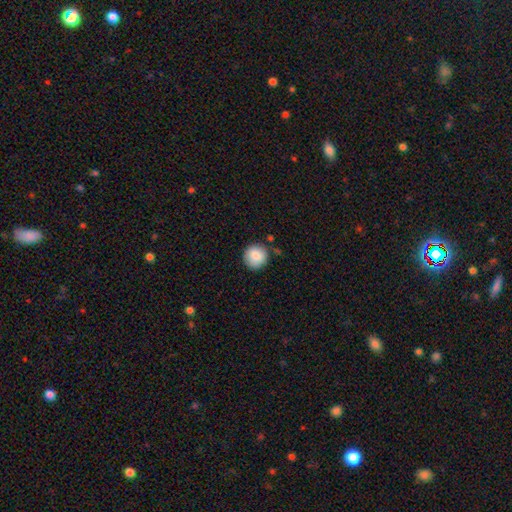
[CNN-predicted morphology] The model was most divided on "merging": none: 82%, minor disturbance: 12%, merger: 4%, major disturbance: 3%. More confident: how rounded — round (93%); smooth or featured — smooth (87%).